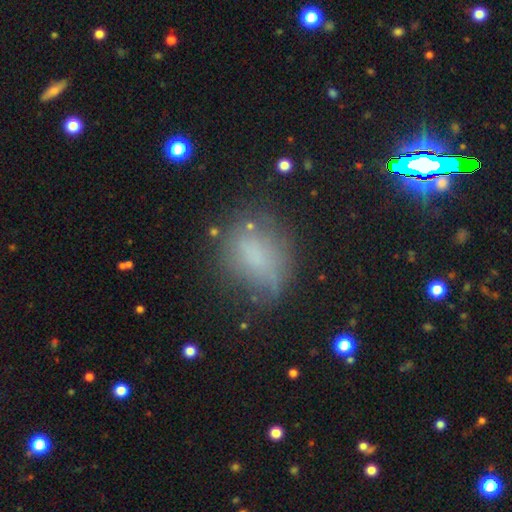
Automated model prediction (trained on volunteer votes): This is likely a smooth galaxy (65%). How rounded: likely in between (68%). Merging: possibly none (57%).